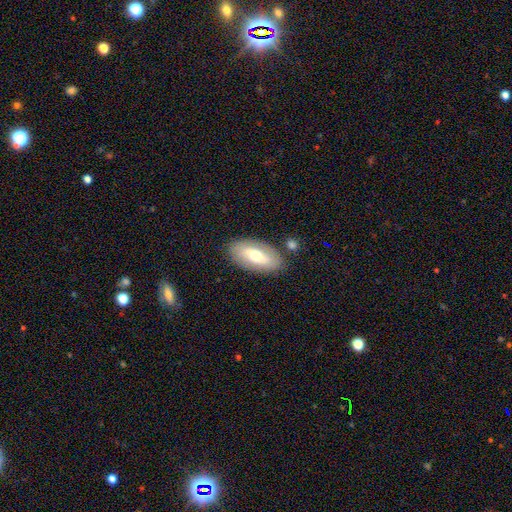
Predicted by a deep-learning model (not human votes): Smooth or featured? smooth (54%)
How rounded? in between (89%)
Merging? none (82%)